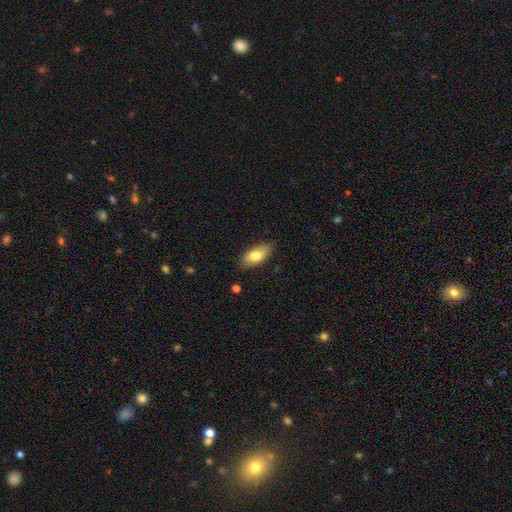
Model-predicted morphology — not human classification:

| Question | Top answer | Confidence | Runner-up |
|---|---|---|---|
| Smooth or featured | smooth | 79% | featured or disk (15%) |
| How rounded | in between | 89% | cigar-shaped (8%) |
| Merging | none | 84% | minor disturbance (13%) |